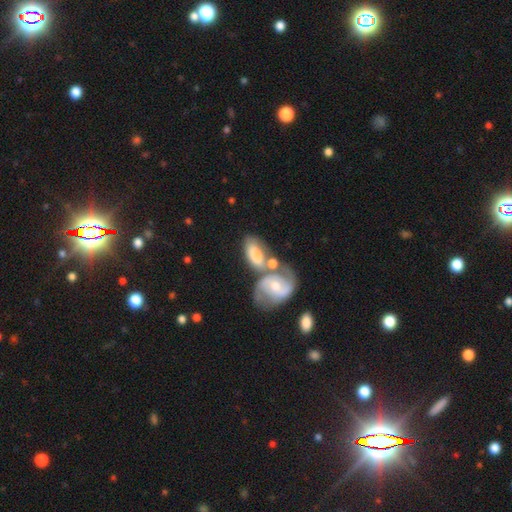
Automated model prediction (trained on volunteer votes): Smooth or featured: featured or disk — 52% (smooth — 41%)
Edge-on disk: no — 93% (yes — 7%)
Merging: merger — 47% (none — 31%)